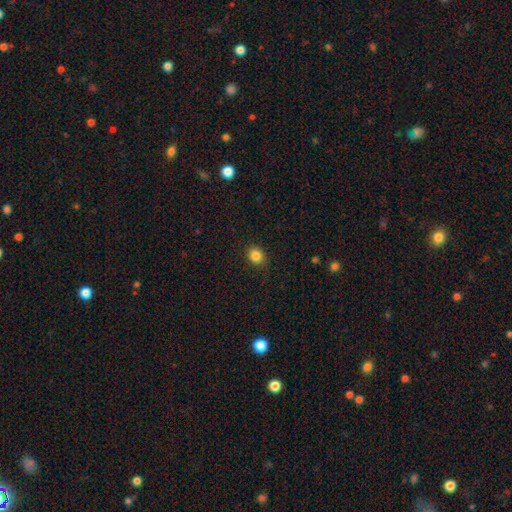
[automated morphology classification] Smooth or featured: smooth — 85% (star or artifact — 11%)
How rounded: round — 67% (in between — 32%)
Merging: none — 88% (minor disturbance — 9%)